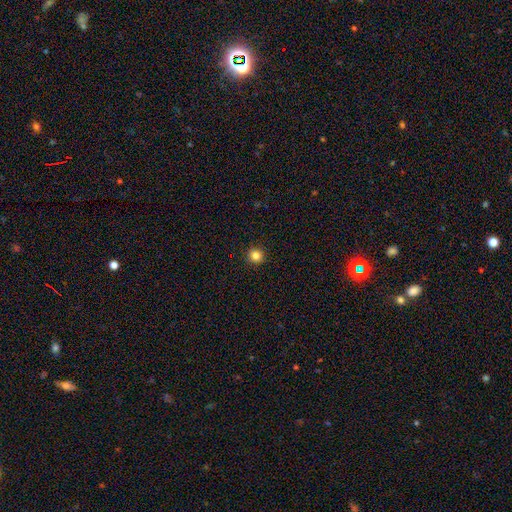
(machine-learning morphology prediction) smooth 84%, star or artifact 12%, featured or disk 4%. Down the decision tree: how rounded — round (94%); merging — none (93%).